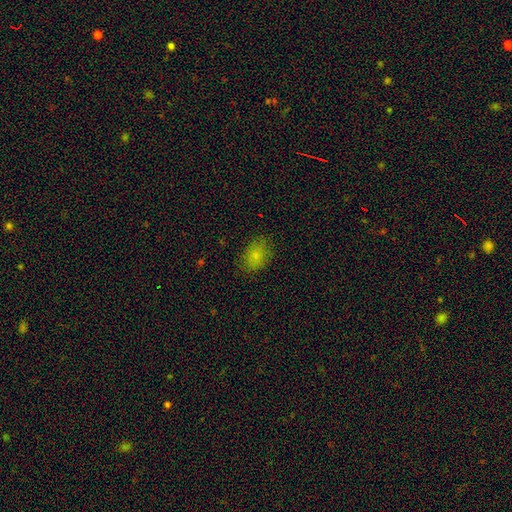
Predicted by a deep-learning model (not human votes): This appears to be a smooth galaxy with no disk features (82%) that is in between round and cigar-shaped (74%). Merging: none (80%).